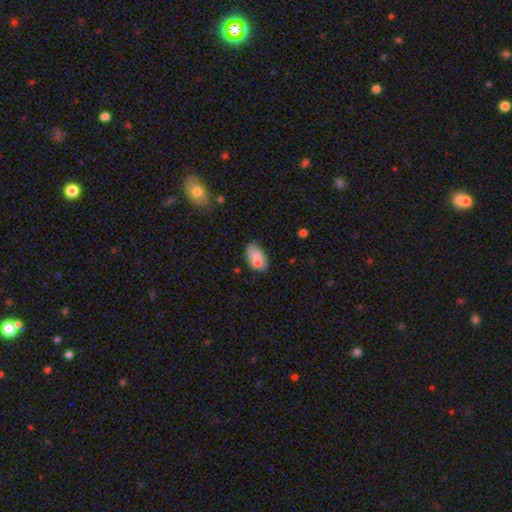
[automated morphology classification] Smooth or featured: smooth — 77% (featured or disk — 15%)
How rounded: in between — 92% (round — 6%)
Merging: none — 48% (minor disturbance — 27%)